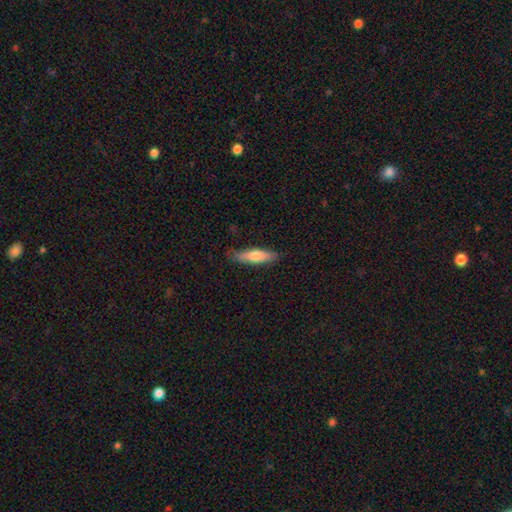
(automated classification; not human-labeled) A smooth galaxy with no disk features (68%) that is cigar-shaped (72%). Merging: none (83%).